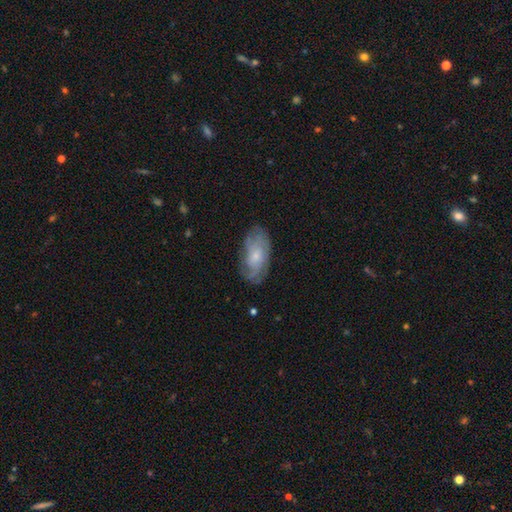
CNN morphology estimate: A featured or disk galaxy (65%) with no bar (77%), tight (54%) spiral arms (86%) and a small central bulge (58%).

Vote fractions:
- Smooth or featured? featured or disk: 65% / smooth: 29% / star or artifact: 7%
- Edge-on disk? no: 94% / yes: 6%
- Bar? no: 77% / weak: 21% / strong: 3%
- Spiral arms? yes: 86% / no: 14%
- Spiral winding? tight: 54% / medium: 34% / loose: 13%
- Spiral arm count? can't tell: 52% / 2: 16% / 3: 13% / 4: 9% / 1: 5% / more than 4: 5%
- Bulge size? small: 58% / moderate: 33% / none: 5% / large: 3% / dominant: 1%
- Merging? none: 72% / minor disturbance: 20% / major disturbance: 7% / merger: 1%